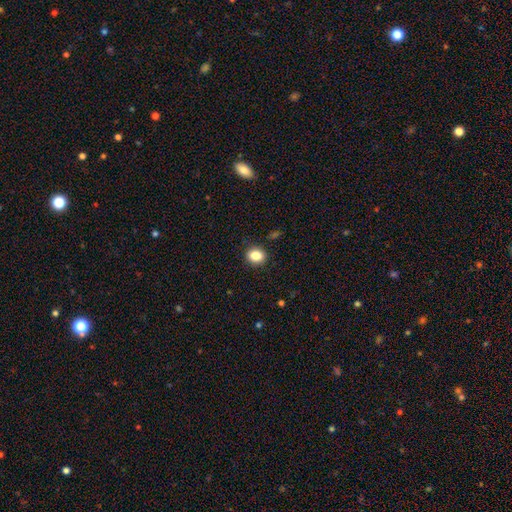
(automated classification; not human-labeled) A smooth galaxy with no disk features (85%) that is round (59%).

Vote fractions:
- Smooth or featured? smooth: 85% / star or artifact: 10% / featured or disk: 6%
- How rounded? round: 59% / in between: 40% / cigar-shaped: 1%
- Merging? none: 89% / minor disturbance: 8% / major disturbance: 2% / merger: 1%